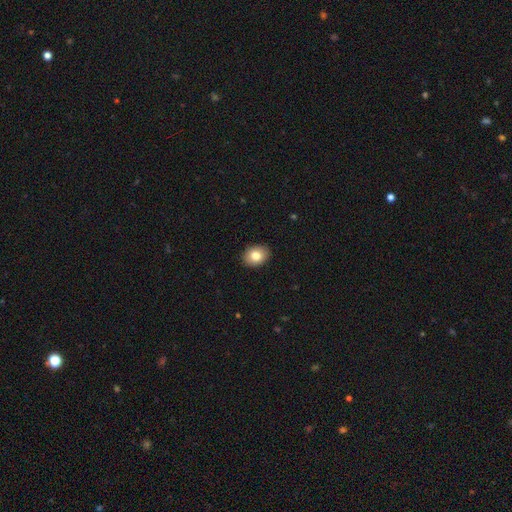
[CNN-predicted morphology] A smooth galaxy with no disk features (81%) that is in between round and cigar-shaped (64%). Merging: none (91%).